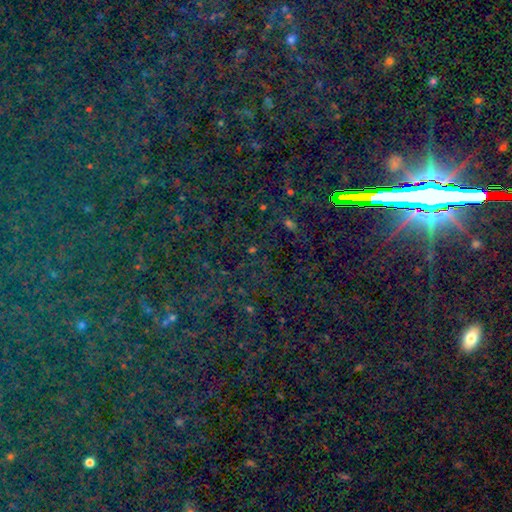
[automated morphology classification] smooth-or-featured: star or artifact: 83% | smooth: 9% | featured or disk: 8%